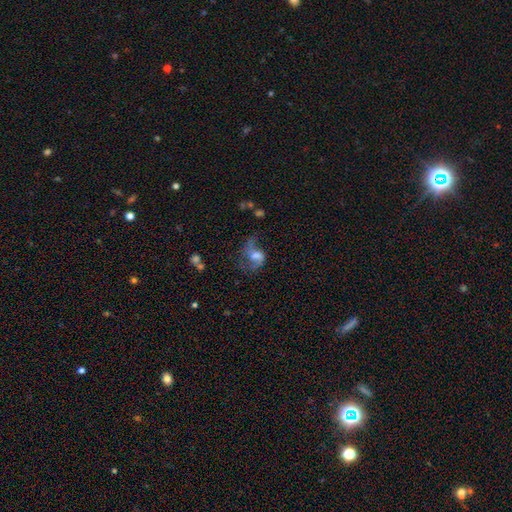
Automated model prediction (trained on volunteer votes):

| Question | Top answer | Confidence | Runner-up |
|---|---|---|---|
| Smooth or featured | featured or disk | 57% | smooth (32%) |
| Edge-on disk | no | 97% | yes (3%) |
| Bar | no | 49% | weak (41%) |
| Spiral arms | yes | 79% | no (21%) |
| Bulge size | moderate | 48% | small (20%) |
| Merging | major disturbance | 37% | none (36%) |